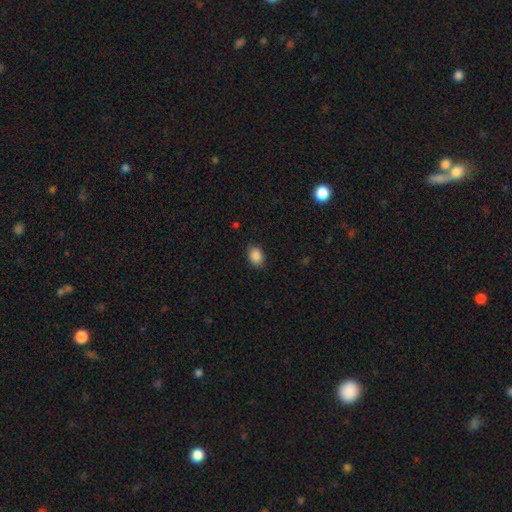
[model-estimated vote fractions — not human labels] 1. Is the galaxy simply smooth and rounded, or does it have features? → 88% smooth, 9% star or artifact, 3% featured or disk.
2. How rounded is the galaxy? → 70% in between, 28% round, 1% cigar-shaped.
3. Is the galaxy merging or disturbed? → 86% none, 10% minor disturbance, 3% major disturbance, 1% merger.